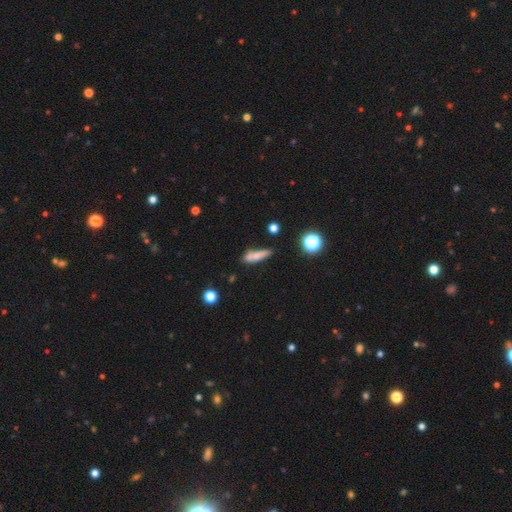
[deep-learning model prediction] A smooth galaxy with no disk features (70%) that is cigar-shaped (66%).

Vote fractions:
- Smooth or featured? smooth: 70% / featured or disk: 19% / star or artifact: 11%
- How rounded? cigar-shaped: 66% / in between: 29% / round: 4%
- Merging? none: 54% / minor disturbance: 27% / merger: 11% / major disturbance: 9%